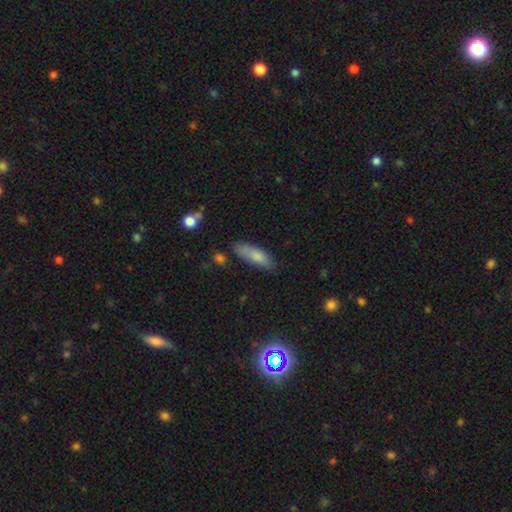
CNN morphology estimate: A smooth galaxy with no disk features (80%) that is in between round and cigar-shaped (56%). Merging: none (74%).